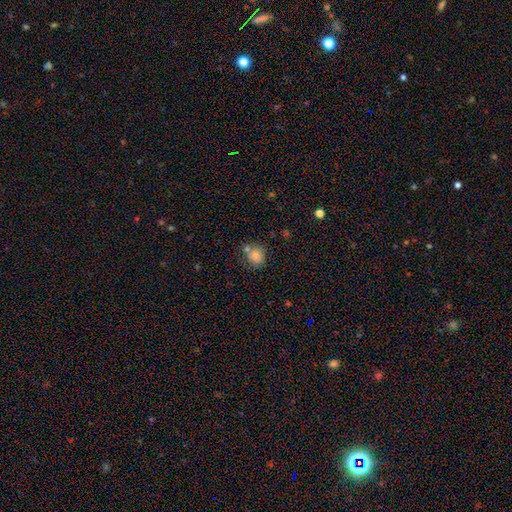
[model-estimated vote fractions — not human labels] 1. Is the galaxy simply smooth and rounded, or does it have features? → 81% smooth, 11% star or artifact, 8% featured or disk.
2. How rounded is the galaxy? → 79% round, 20% in between, 1% cigar-shaped.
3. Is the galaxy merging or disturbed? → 63% none, 19% merger, 14% minor disturbance, 4% major disturbance.